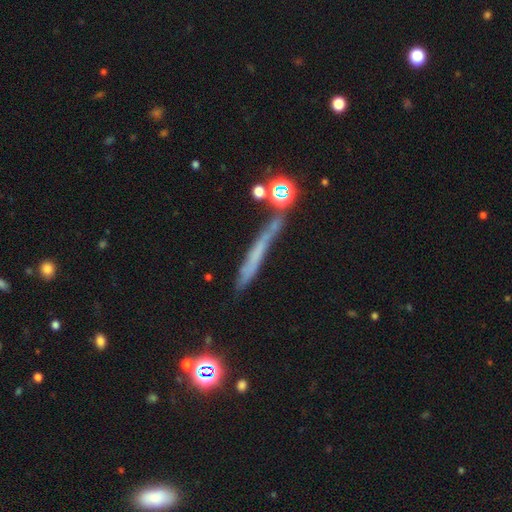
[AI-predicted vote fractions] Smooth or featured?
  - featured or disk: 42% *
  - smooth: 41%
  - star or artifact: 17%
Merging?
  - none: 57% *
  - minor disturbance: 22%
  - major disturbance: 11%
  - merger: 10%